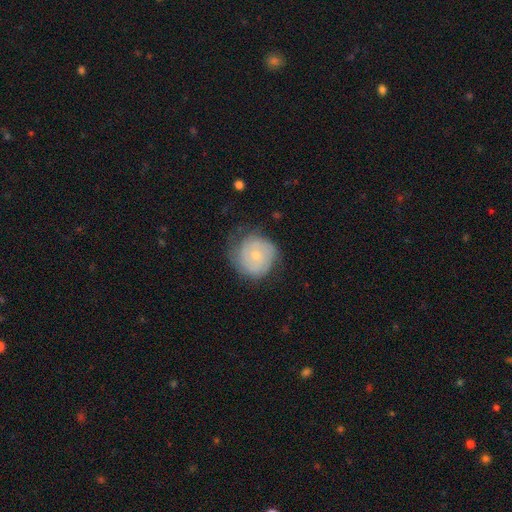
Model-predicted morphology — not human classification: Q: Smooth or featured?
A: featured or disk (58%); runner-up: smooth (35%)
Q: Edge-on disk?
A: no (98%); runner-up: yes (2%)
Q: Bar?
A: no (80%); runner-up: weak (17%)
Q: Spiral arms?
A: yes (82%); runner-up: no (18%)
Q: Bulge size?
A: small (63%); runner-up: moderate (34%)
Q: Merging?
A: none (65%); runner-up: minor disturbance (25%)